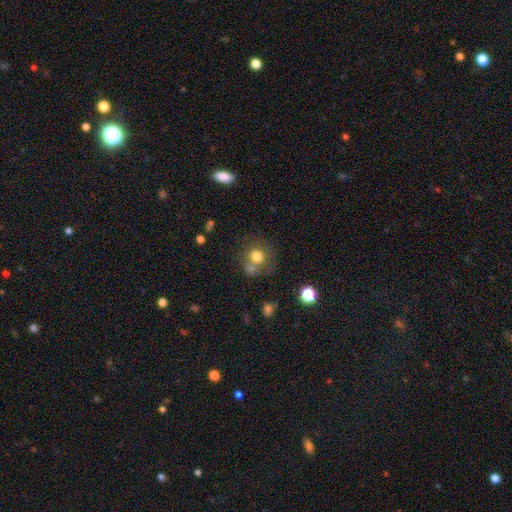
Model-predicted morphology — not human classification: smooth 74%, featured or disk 13%, star or artifact 12%. Down the decision tree: how rounded — round (81%); merging — none (54%).